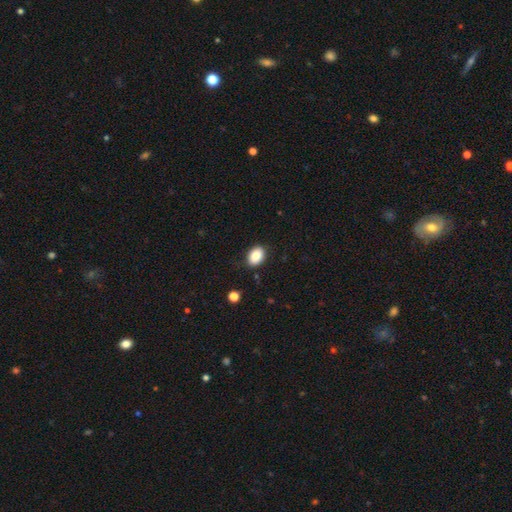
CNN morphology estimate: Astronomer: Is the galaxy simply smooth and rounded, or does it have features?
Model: smooth — 86%.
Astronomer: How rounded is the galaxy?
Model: in between — 78%.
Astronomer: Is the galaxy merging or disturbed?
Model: none — 86%.